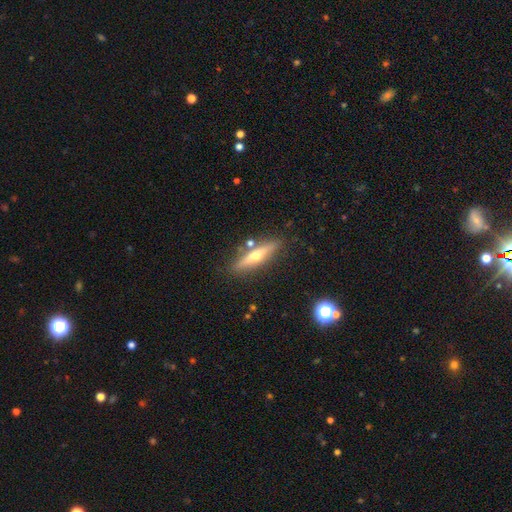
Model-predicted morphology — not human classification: Smooth or featured? Predicted: featured or disk (p=0.59). Edge-on disk? Predicted: yes (p=0.94). Edge-on bulge? Predicted: rounded (p=0.92). Merging? Predicted: none (p=0.82).